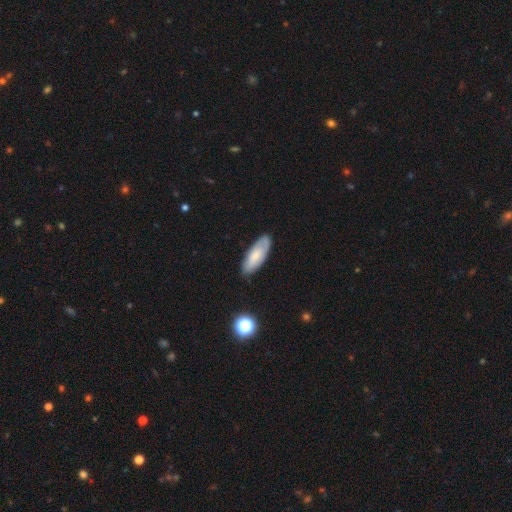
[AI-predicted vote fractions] A smooth galaxy with no disk features (69%) that is in between round and cigar-shaped (74%).

Vote fractions:
- Smooth or featured? smooth: 69% / featured or disk: 25% / star or artifact: 7%
- How rounded? in between: 74% / cigar-shaped: 24% / round: 2%
- Merging? none: 79% / minor disturbance: 16% / major disturbance: 3% / merger: 2%